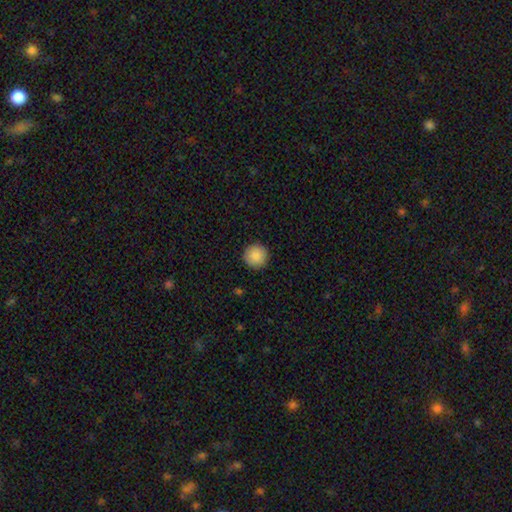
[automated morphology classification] Overall: smooth (89%). How rounded: round (96%). Merging: none (92%).